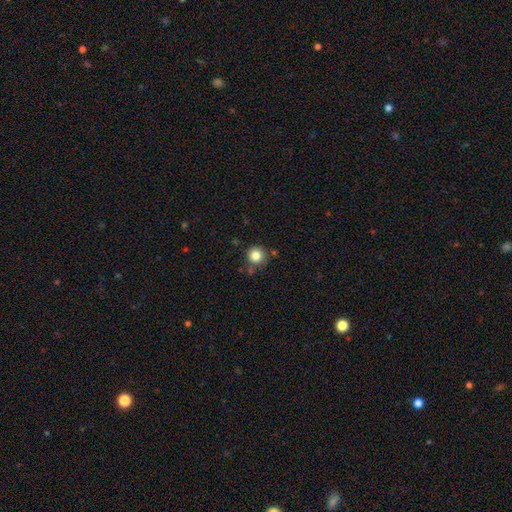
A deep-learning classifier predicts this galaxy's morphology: The model was most divided on "merging": none: 79%, minor disturbance: 11%, merger: 6%, major disturbance: 3%. More confident: how rounded — round (94%); smooth or featured — smooth (83%).